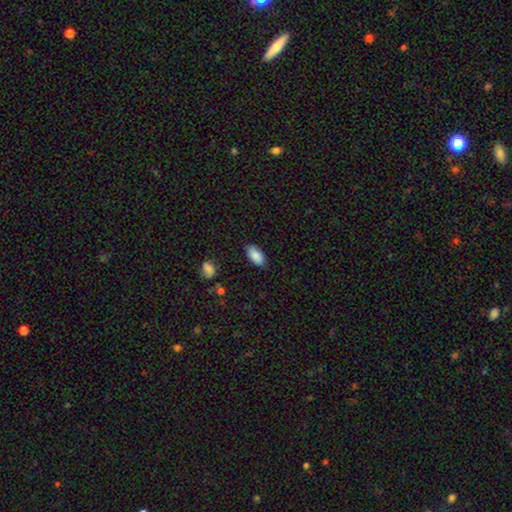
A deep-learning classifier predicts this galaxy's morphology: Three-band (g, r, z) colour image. It shows a smooth galaxy with no disk features (87%) that is in between round and cigar-shaped (94%). Merging: none (85%).